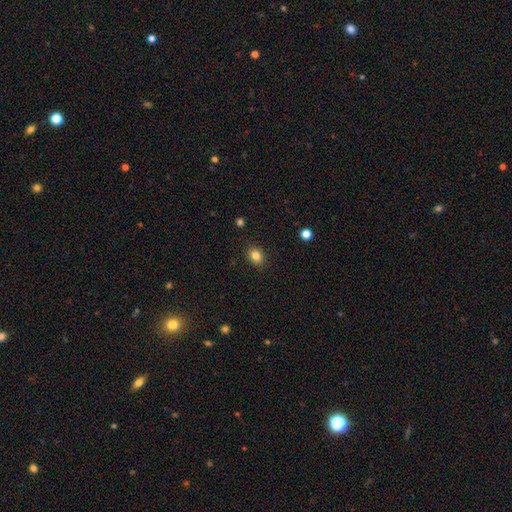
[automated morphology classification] Smooth or featured? smooth (83%)
How rounded? in between (50%)
Merging? none (87%)